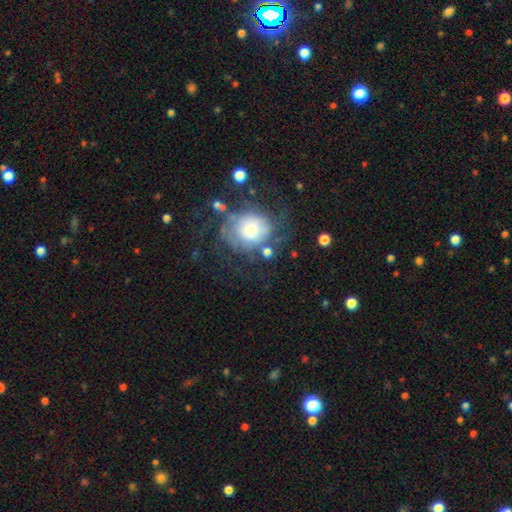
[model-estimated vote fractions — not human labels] A featured or disk galaxy (52%). Merging: none (69%).